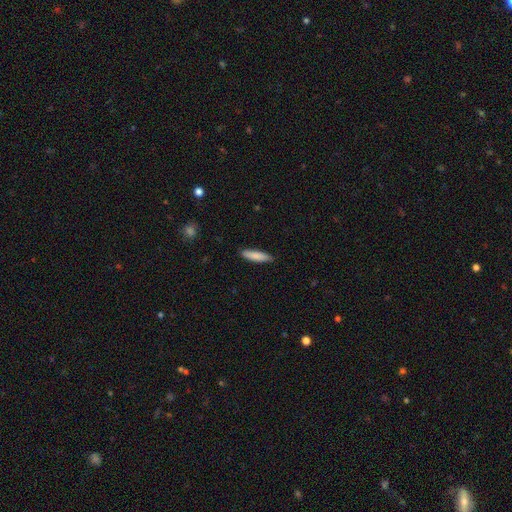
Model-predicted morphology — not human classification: Overall: smooth (85%). How rounded: cigar-shaped (77%). Merging: none (87%).